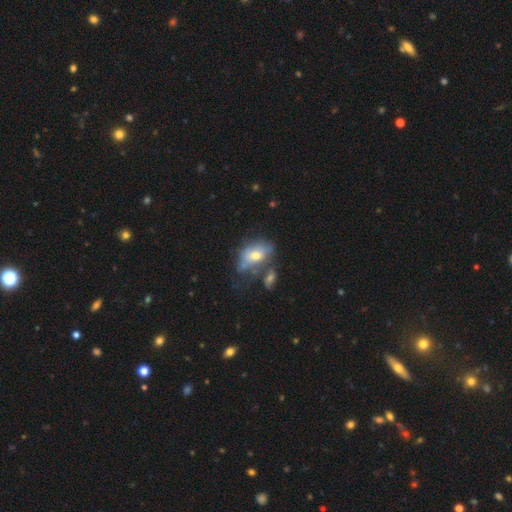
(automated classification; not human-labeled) Smooth or featured? smooth (58%)
How rounded? in between (85%)
Merging? none (34%)